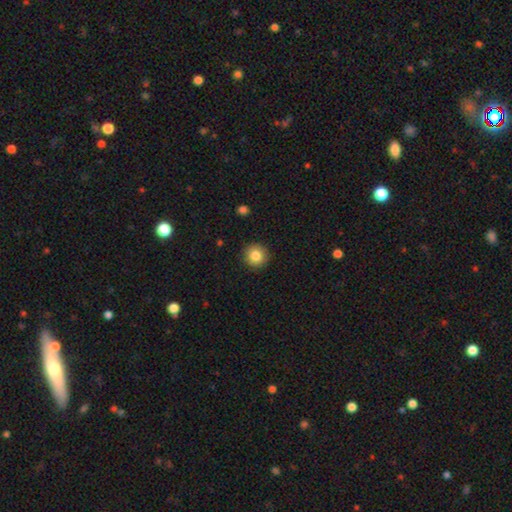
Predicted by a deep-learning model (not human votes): Q: Smooth or featured?
A: smooth (84%); runner-up: star or artifact (10%)
Q: How rounded?
A: round (94%); runner-up: in between (5%)
Q: Merging?
A: none (92%); runner-up: minor disturbance (6%)